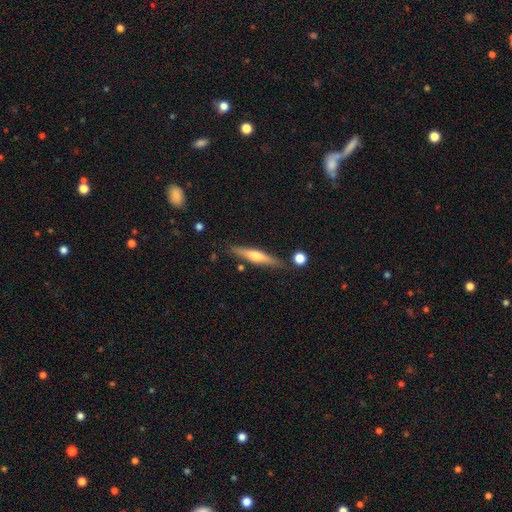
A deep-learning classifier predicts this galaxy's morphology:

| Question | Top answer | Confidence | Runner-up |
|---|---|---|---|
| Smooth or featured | featured or disk | 55% | smooth (40%) |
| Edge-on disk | yes | 95% | no (5%) |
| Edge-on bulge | rounded | 80% | none (11%) |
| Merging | none | 83% | minor disturbance (11%) |